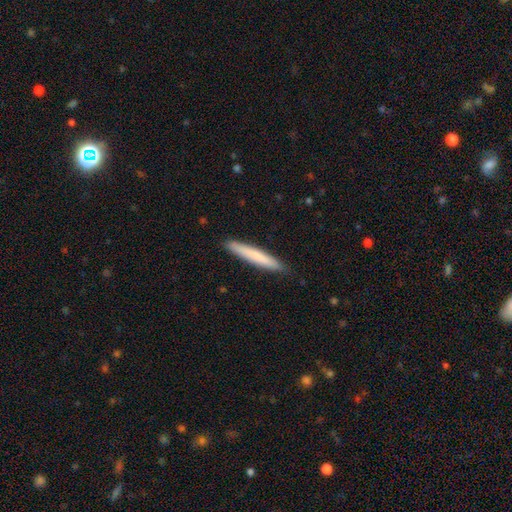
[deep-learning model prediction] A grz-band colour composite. It shows a smooth galaxy with no disk features (74%) that is cigar-shaped (95%). Merging: none (90%).